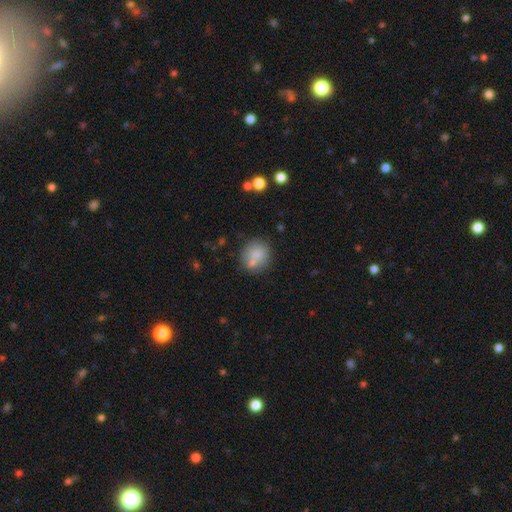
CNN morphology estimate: smooth 78%, featured or disk 13%, star or artifact 9%. Down the decision tree: how rounded — round (86%); merging — none (64%).